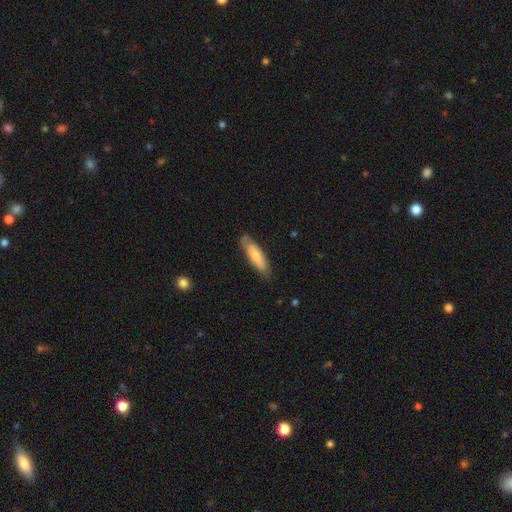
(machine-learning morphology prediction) smooth-or-featured: smooth: 71% | featured or disk: 23% | star or artifact: 6%
  how-rounded: cigar-shaped: 63% | in between: 36% | round: 1%
  merging: none: 74% | minor disturbance: 20% | major disturbance: 4% | merger: 1%